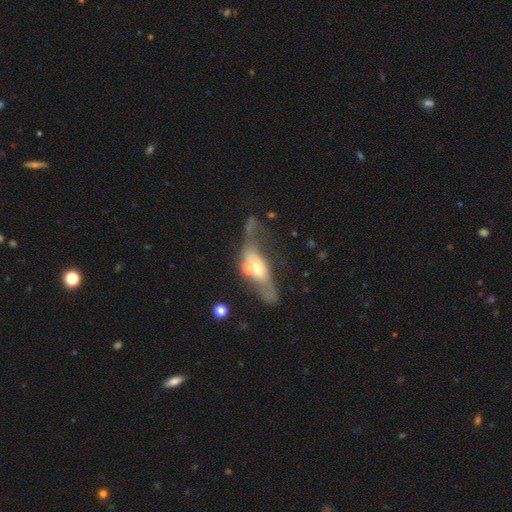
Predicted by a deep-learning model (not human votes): Smooth or featured? featured or disk (64%)
Edge-on disk? no (67%)
Merging? merger (31%)